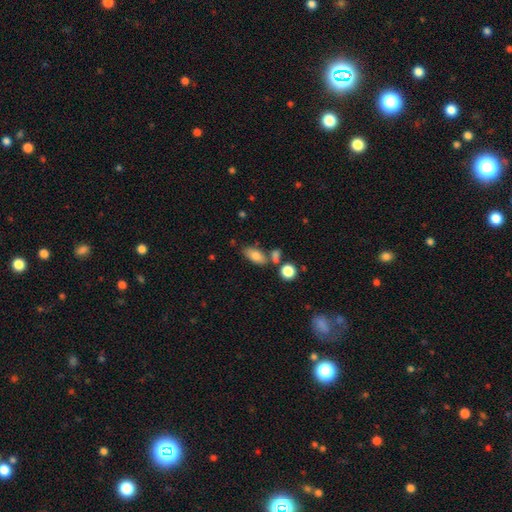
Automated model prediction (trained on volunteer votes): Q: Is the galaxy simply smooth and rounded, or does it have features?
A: smooth — 79%.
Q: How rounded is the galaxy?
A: in between — 85%.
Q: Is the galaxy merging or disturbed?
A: none — 66%.